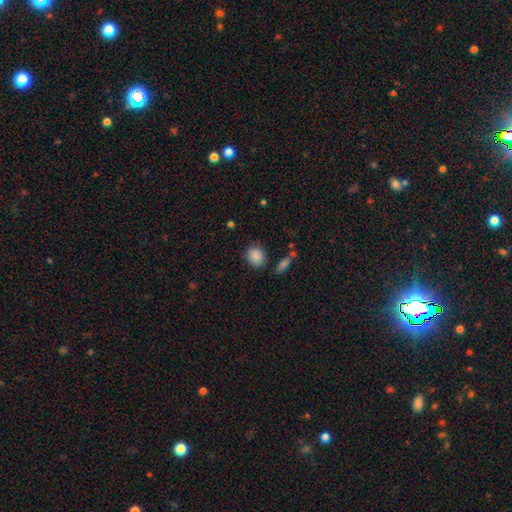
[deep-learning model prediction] This is clearly a smooth galaxy (88%). How rounded: possibly round (60%). Merging: likely none (78%).